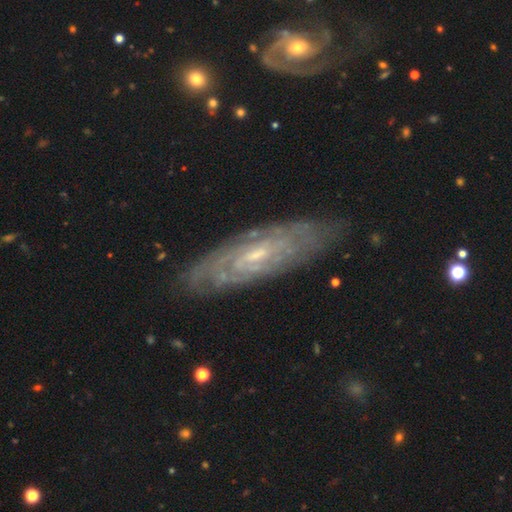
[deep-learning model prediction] Smooth or featured: featured or disk — 81% (smooth — 12%)
Edge-on disk: no — 78% (yes — 22%)
Bar: weak — 45% (no — 42%)
Spiral arms: yes — 89% (no — 11%)
Spiral winding: tight — 73% (medium — 21%)
Spiral arm count: can't tell — 62% (2 — 14%)
Bulge size: small — 68% (moderate — 26%)
Merging: none — 81% (minor disturbance — 14%)